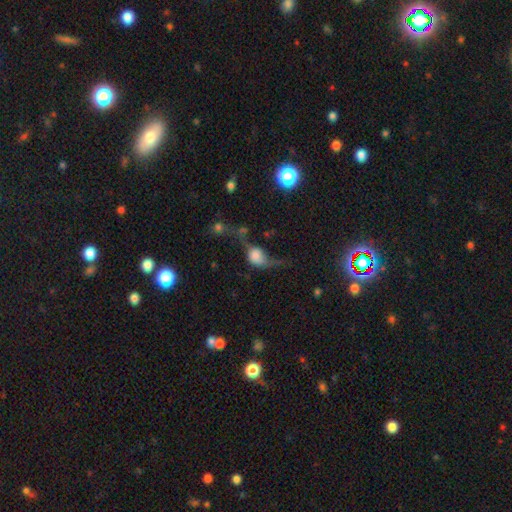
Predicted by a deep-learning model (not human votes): A smooth galaxy with no disk features (54%) that is round (50%). Merging: major disturbance (44%).